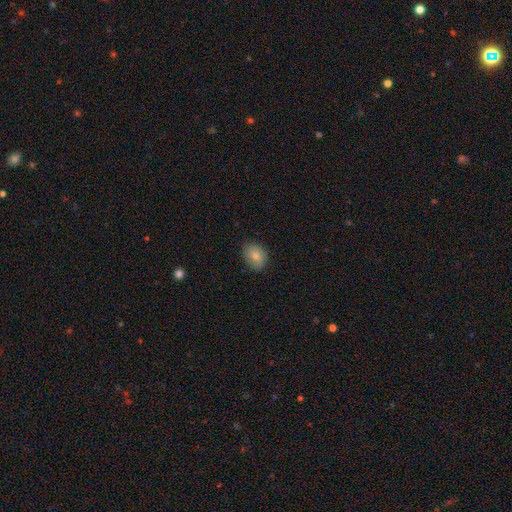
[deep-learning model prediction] Q: Smooth or featured?
A: smooth (82%); runner-up: featured or disk (10%)
Q: How rounded?
A: in between (68%); runner-up: round (31%)
Q: Merging?
A: none (79%); runner-up: minor disturbance (17%)